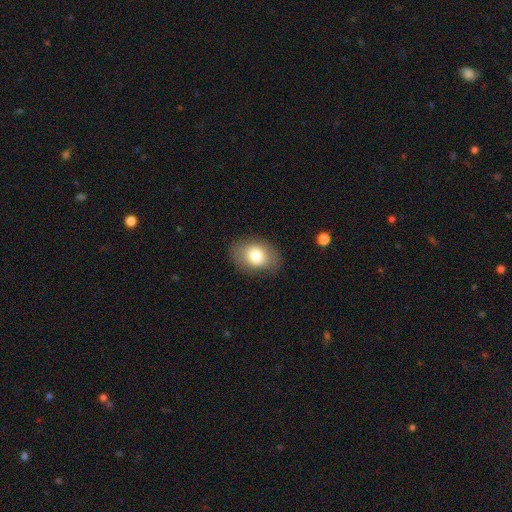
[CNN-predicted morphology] Q: Smooth or featured?
A: smooth (77%); runner-up: featured or disk (15%)
Q: How rounded?
A: in between (79%); runner-up: round (20%)
Q: Merging?
A: none (82%); runner-up: minor disturbance (13%)